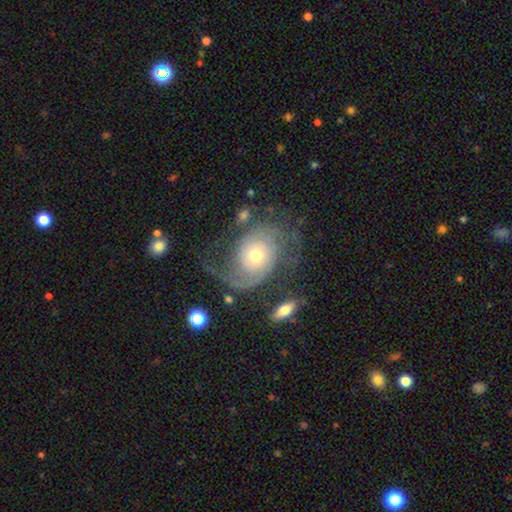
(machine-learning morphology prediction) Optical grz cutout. It shows a featured or disk galaxy (77%) with no bar (78%), 2 (58%) medium (36%) spiral arms (90%) and a moderate central bulge (62%). Merging: none (48%).